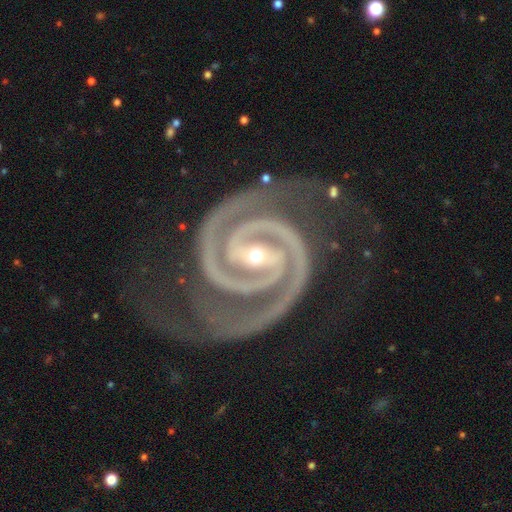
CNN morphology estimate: Smooth or featured? Predicted: featured or disk (p=0.95). Edge-on disk? Predicted: no (p=0.98). Bar? Predicted: strong (p=0.51). Spiral arms? Predicted: yes (p=0.99). Spiral winding? Predicted: tight (p=0.76). Spiral arm count? Predicted: 2 (p=0.92). Bulge size? Predicted: small (p=0.71). Merging? Predicted: none (p=0.68).